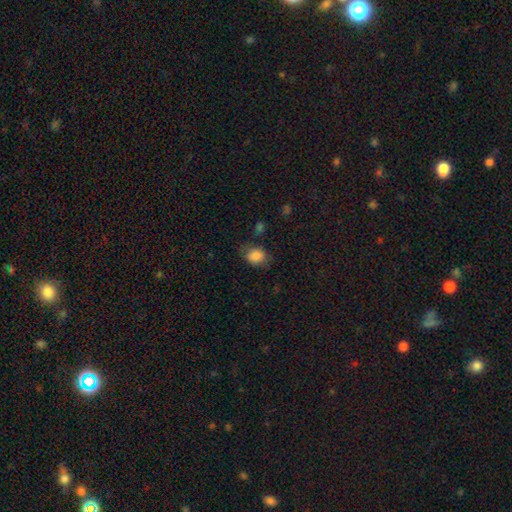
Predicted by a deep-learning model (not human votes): This appears to be a smooth galaxy with no disk features (85%) that is in between round and cigar-shaped (67%). Merging: none (65%).